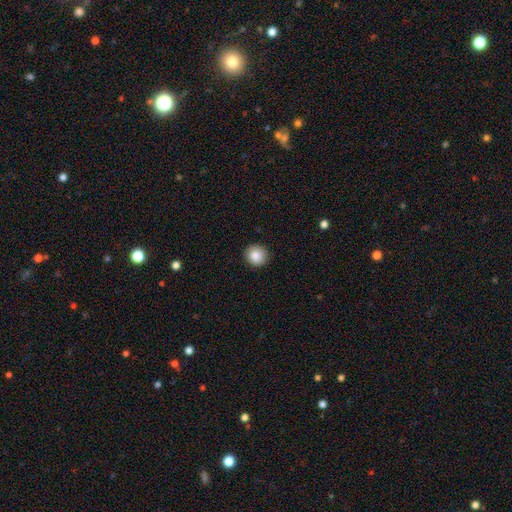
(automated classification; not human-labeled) smooth-or-featured: smooth: 87% | star or artifact: 8% | featured or disk: 5%
  how-rounded: round: 91% | in between: 8% | cigar-shaped: 1%
  merging: none: 90% | minor disturbance: 7% | major disturbance: 2% | merger: 1%